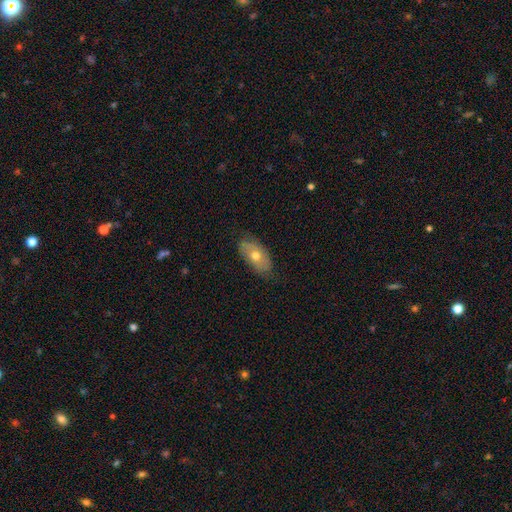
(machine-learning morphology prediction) Smooth or featured?
  - smooth: 56% *
  - featured or disk: 37%
  - star or artifact: 7%
How rounded?
  - in between: 90% *
  - round: 6%
  - cigar-shaped: 4%
Merging?
  - none: 73% *
  - minor disturbance: 21%
  - major disturbance: 5%
  - merger: 1%